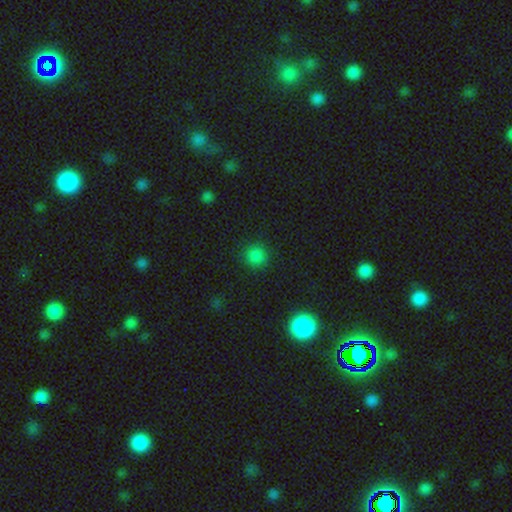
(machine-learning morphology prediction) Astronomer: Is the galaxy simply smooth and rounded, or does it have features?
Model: smooth — 82%.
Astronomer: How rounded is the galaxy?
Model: round — 93%.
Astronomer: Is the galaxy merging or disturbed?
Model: none — 90%.